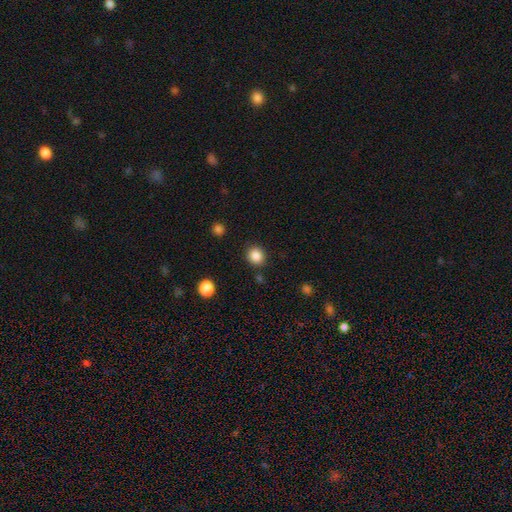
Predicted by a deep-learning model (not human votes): A smooth galaxy with no disk features (86%) that is round (86%).

Vote fractions:
- Smooth or featured? smooth: 86% / star or artifact: 11% / featured or disk: 4%
- How rounded? round: 86% / in between: 13% / cigar-shaped: 1%
- Merging? none: 88% / minor disturbance: 7% / major disturbance: 3% / merger: 2%